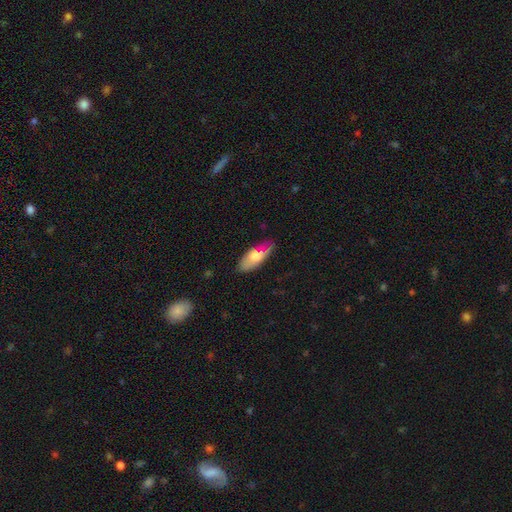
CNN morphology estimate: The model was most divided on "smooth or featured": smooth: 66%, featured or disk: 27%, star or artifact: 7%. More confident: how rounded — in between (80%); merging — none (68%).